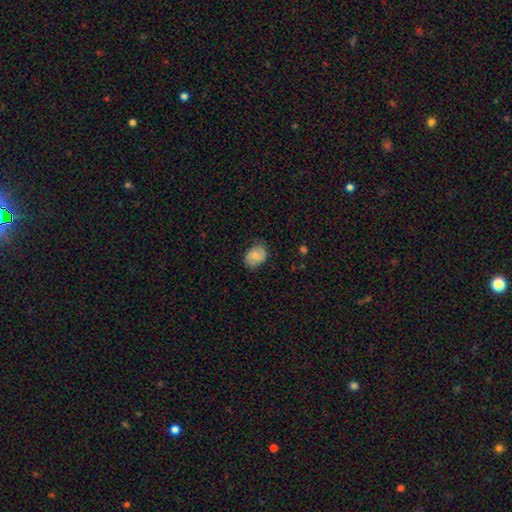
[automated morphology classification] smooth_or_featured: smooth (p=0.69) [alt: featured or disk p=0.24]
how_rounded: in between (p=0.64) [alt: round p=0.36]
merging: none (p=0.77) [alt: minor disturbance p=0.18]